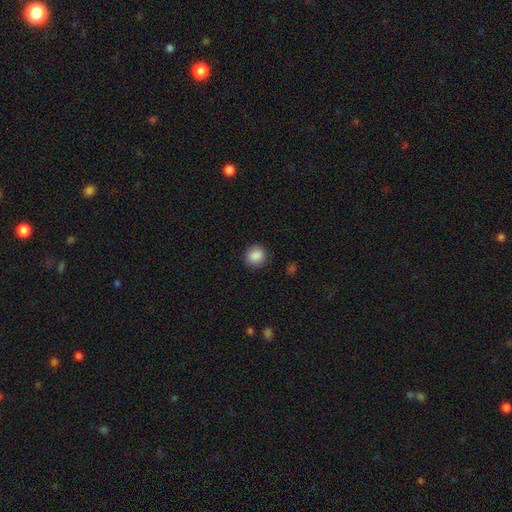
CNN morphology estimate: This is clearly a smooth galaxy (88%). How rounded: clearly round (87%). Merging: clearly none (89%).